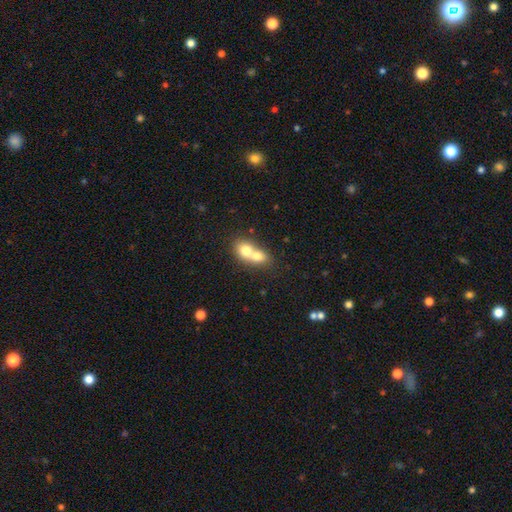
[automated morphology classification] A smooth galaxy with no disk features (70%) that is in between round and cigar-shaped (51%). Merging: merger (77%).